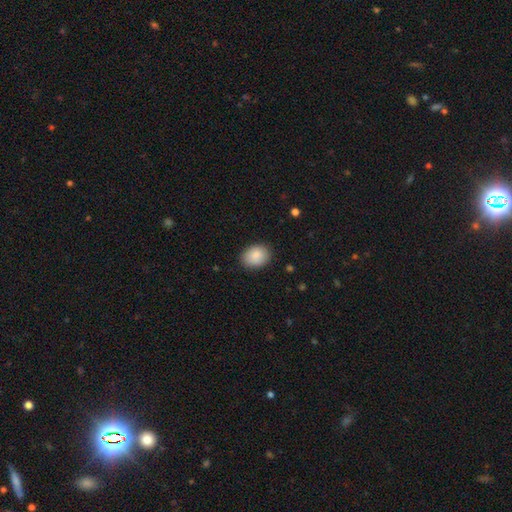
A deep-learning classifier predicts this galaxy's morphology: A smooth galaxy with no disk features (88%) that is in between round and cigar-shaped (68%). Merging: none (86%).